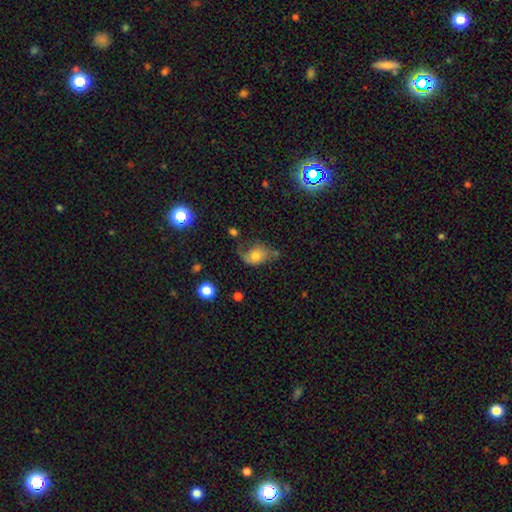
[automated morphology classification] A smooth galaxy with no disk features (54%) that is in between round and cigar-shaped (72%). Merging: none (41%).